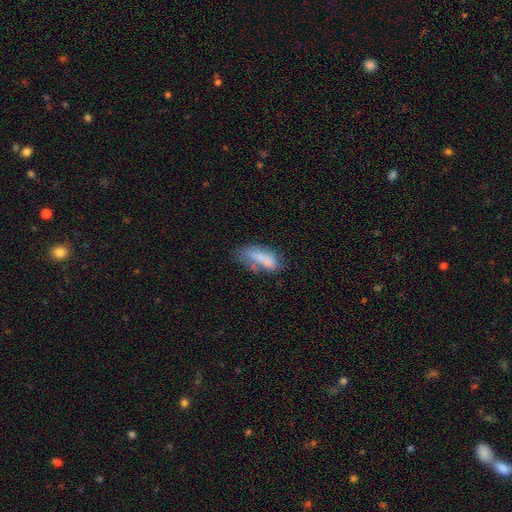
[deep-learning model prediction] A smooth galaxy with no disk features (70%) that is in between round and cigar-shaped (61%).

Vote fractions:
- Smooth or featured? smooth: 70% / featured or disk: 20% / star or artifact: 10%
- How rounded? in between: 61% / cigar-shaped: 37% / round: 2%
- Merging? none: 39% / minor disturbance: 30% / major disturbance: 19% / merger: 12%